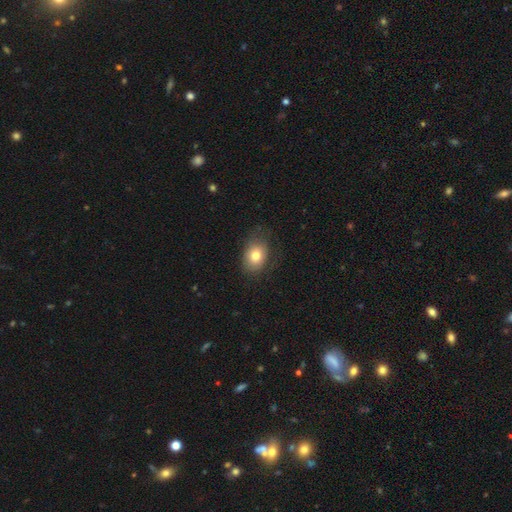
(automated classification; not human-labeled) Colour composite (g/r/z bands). It shows a smooth galaxy with no disk features (77%) that is in between round and cigar-shaped (71%). Merging: none (72%).